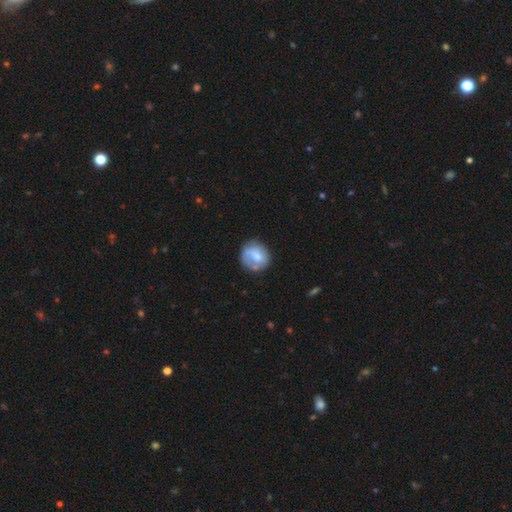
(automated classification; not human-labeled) Smooth or featured? Predicted: smooth (p=0.54). How rounded? Predicted: round (p=0.80). Merging? Predicted: none (p=0.65).